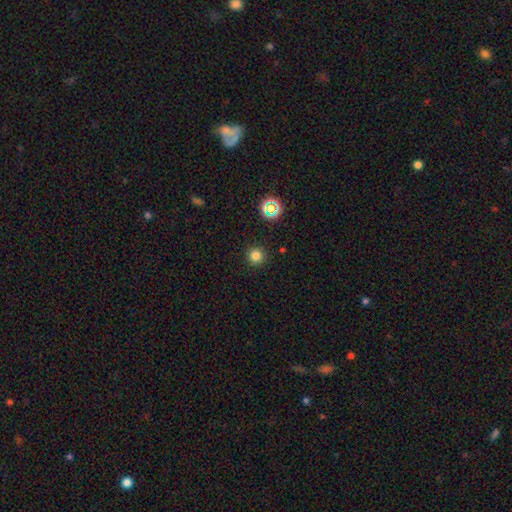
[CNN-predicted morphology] A smooth galaxy with no disk features (78%) that is round (96%).

Vote fractions:
- Smooth or featured? smooth: 78% / star or artifact: 17% / featured or disk: 5%
- How rounded? round: 96% / in between: 3% / cigar-shaped: 1%
- Merging? none: 91% / minor disturbance: 5% / major disturbance: 2% / merger: 1%